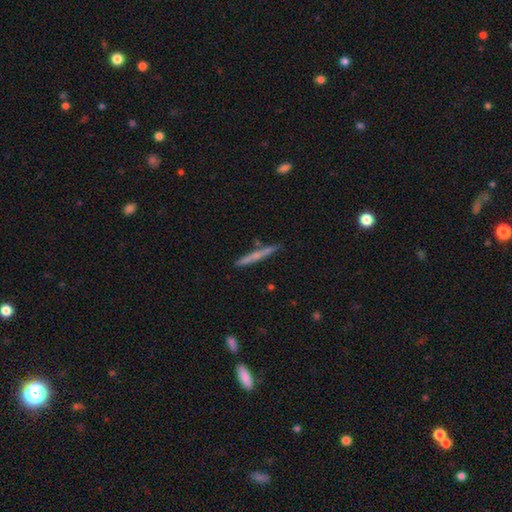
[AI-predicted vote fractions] Q: Smooth or featured?
A: smooth (52%); runner-up: featured or disk (41%)
Q: How rounded?
A: cigar-shaped (96%); runner-up: in between (3%)
Q: Merging?
A: none (83%); runner-up: minor disturbance (10%)